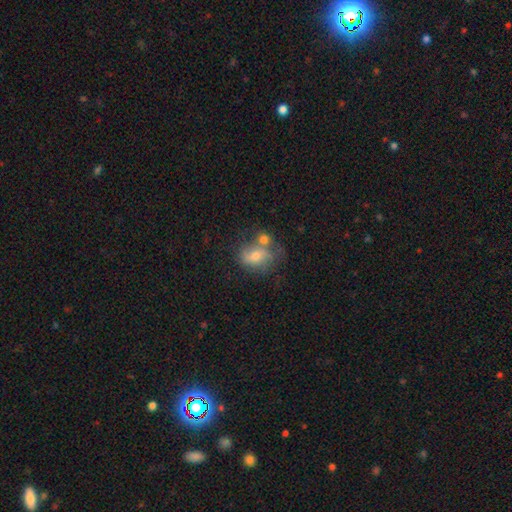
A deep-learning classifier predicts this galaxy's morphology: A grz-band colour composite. It shows a smooth galaxy with no disk features (51%) that is in between round and cigar-shaped (63%). Merging: none (40%).